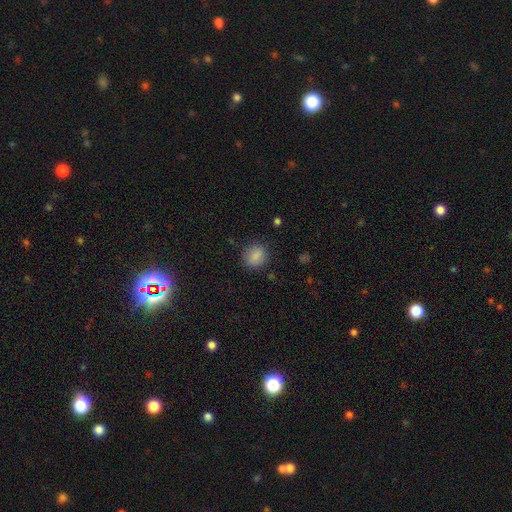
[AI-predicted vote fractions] A smooth galaxy with no disk features (85%) that is round (70%).

Vote fractions:
- Smooth or featured? smooth: 85% / star or artifact: 10% / featured or disk: 5%
- How rounded? round: 70% / in between: 29% / cigar-shaped: 1%
- Merging? none: 84% / minor disturbance: 11% / major disturbance: 4% / merger: 1%